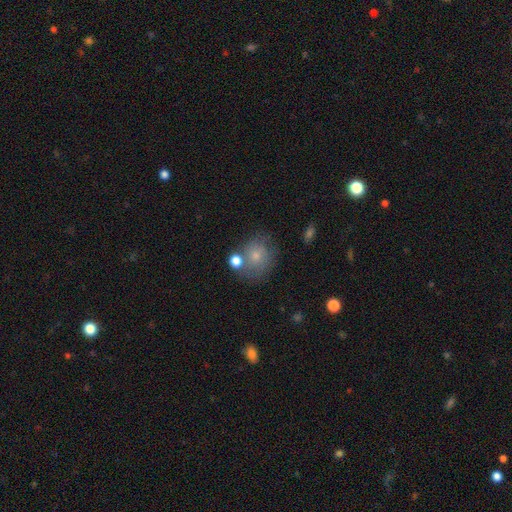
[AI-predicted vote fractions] Morphology: type=smooth (72%); roundness=round (74%); merging=none (58%).